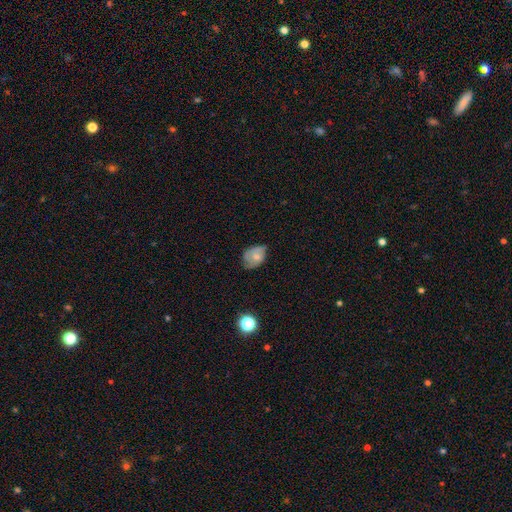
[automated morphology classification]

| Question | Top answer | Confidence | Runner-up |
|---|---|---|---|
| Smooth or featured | smooth | 59% | featured or disk (32%) |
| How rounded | in between | 72% | round (27%) |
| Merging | none | 48% | minor disturbance (39%) |